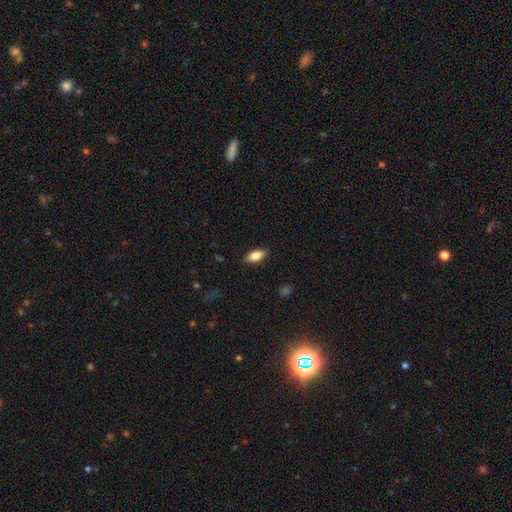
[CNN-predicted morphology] Smooth or featured: smooth — 73% (featured or disk — 20%)
How rounded: in between — 82% (cigar-shaped — 15%)
Merging: none — 87% (minor disturbance — 10%)